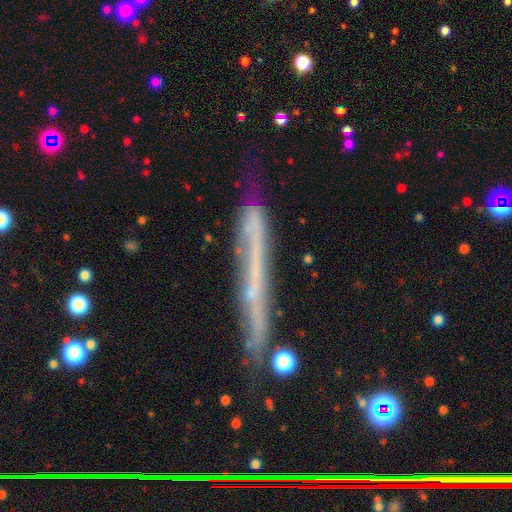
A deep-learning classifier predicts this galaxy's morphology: A featured or disk galaxy (62%) viewed edge-on (85%) with no central bulge (82%). Merging: none (58%).